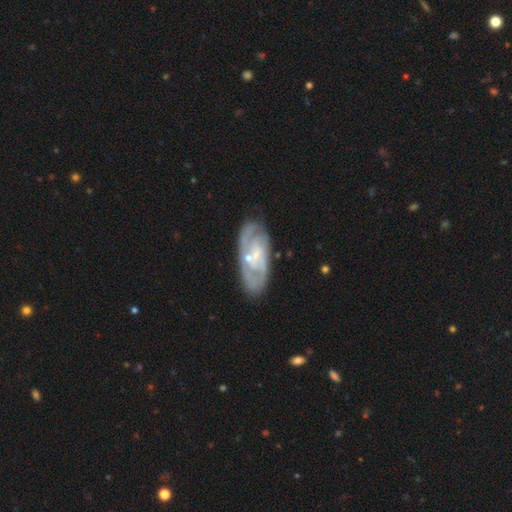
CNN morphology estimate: Smooth or featured? featured or disk (77%)
Edge-on disk? no (92%)
Bar? no (52%)
Spiral arms? yes (85%)
Spiral winding? tight (51%)
Spiral arm count? can't tell (39%)
Bulge size? small (67%)
Merging? none (74%)